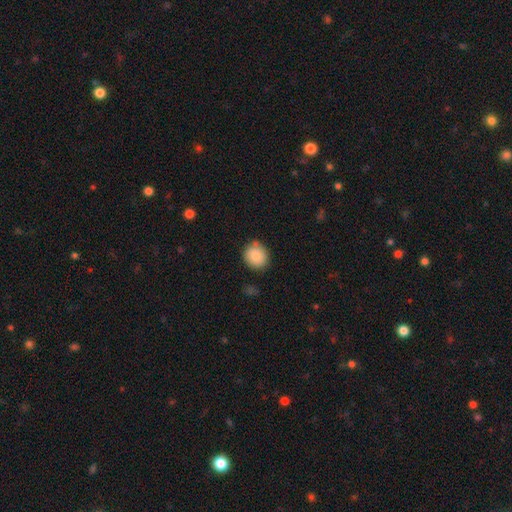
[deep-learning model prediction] This appears to be a smooth galaxy with no disk features (87%) that is round (82%). Merging: none (78%).